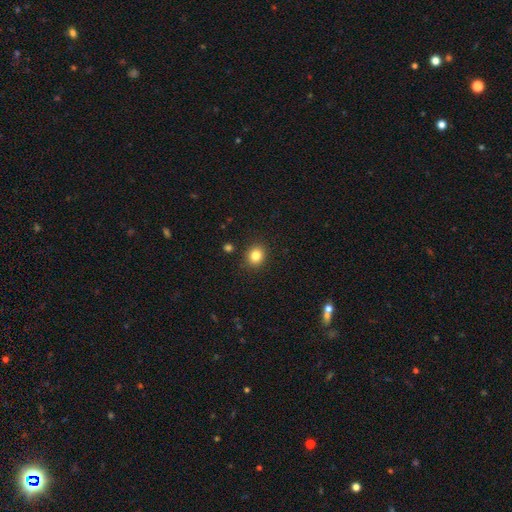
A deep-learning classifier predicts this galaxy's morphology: The model was most divided on "how rounded": round: 73%, in between: 27%, cigar-shaped: 1%. More confident: merging — none (89%); smooth or featured — smooth (83%).